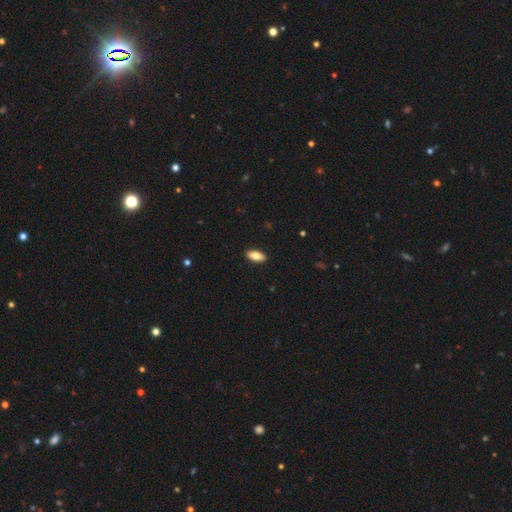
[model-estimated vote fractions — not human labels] Overall: smooth (78%). How rounded: in between (87%). Merging: none (90%).